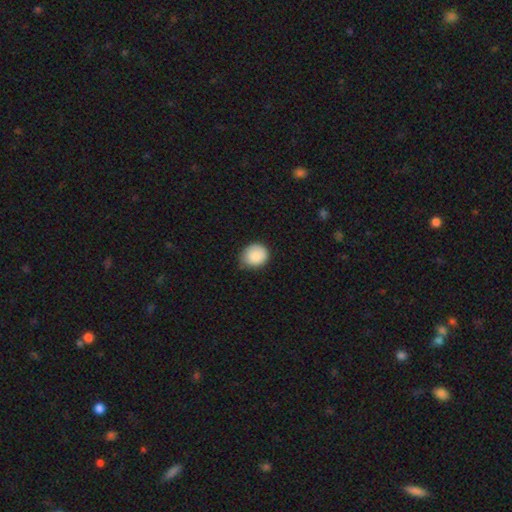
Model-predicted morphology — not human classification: Smooth or featured? smooth (88%)
How rounded? round (73%)
Merging? none (59%)